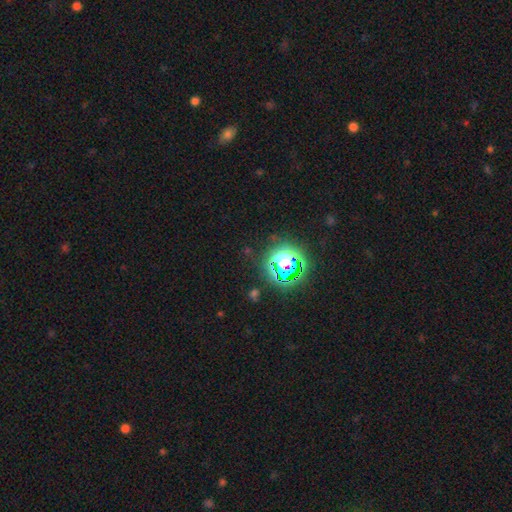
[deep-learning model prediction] A star or artifact, not a galaxy (76%).

Vote fractions:
- Smooth or featured? star or artifact: 76% / smooth: 16% / featured or disk: 7%